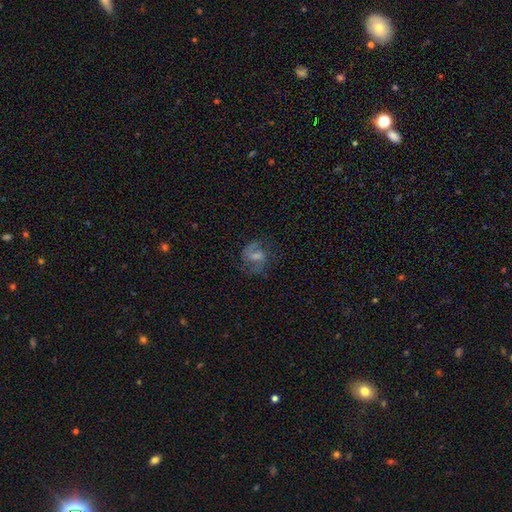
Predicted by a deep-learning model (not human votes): smooth-or-featured: featured or disk: 72% | smooth: 15% | star or artifact: 13%
  disk-edge-on: no: 97% | yes: 3%
    bar: weak: 52% | strong: 25% | no: 23%
    has-spiral-arms: yes: 92% | no: 8%
      spiral-winding: medium: 52% | loose: 29% | tight: 18%
      spiral-arm-count: 2: 84% | can't tell: 7% | 1: 4% | 3: 2% | 4: 1% | more than 4: 1%
    bulge-size: small: 38% | moderate: 33% | none: 21% | large: 7% | dominant: 2%
  merging: none: 73% | minor disturbance: 15% | major disturbance: 11% | merger: 2%